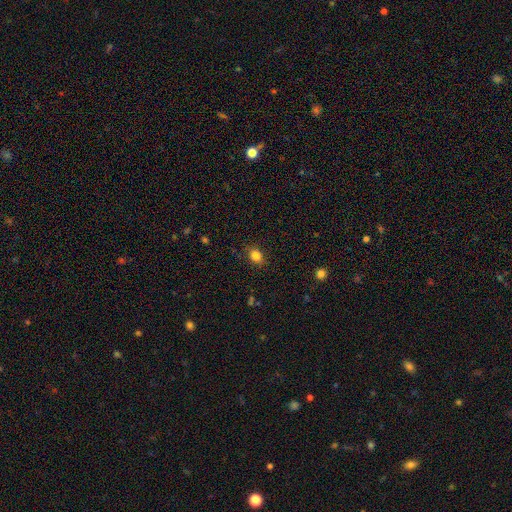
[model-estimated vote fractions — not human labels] Smooth or featured? Predicted: smooth (p=0.82). How rounded? Predicted: in between (p=0.67). Merging? Predicted: none (p=0.85).